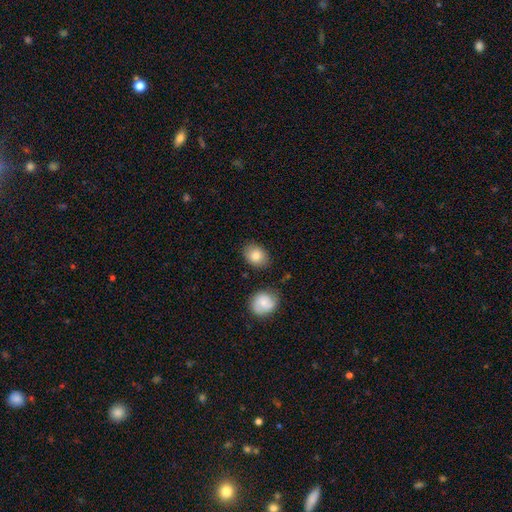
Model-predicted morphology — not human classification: Overall: smooth (83%). How rounded: in between (58%; round 41%). Merging: none (81%).